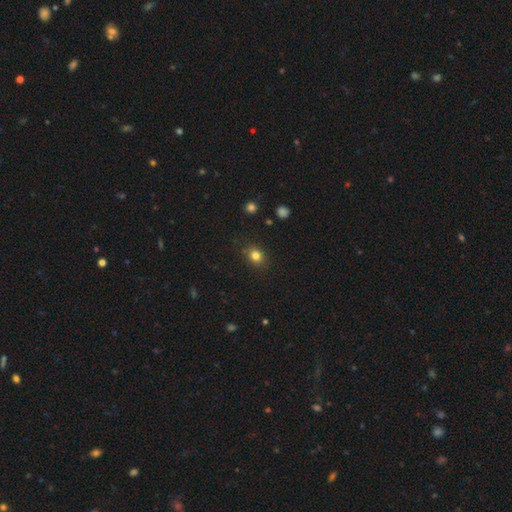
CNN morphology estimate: The model was most divided on "how rounded": round: 61%, in between: 38%, cigar-shaped: 1%. More confident: merging — none (84%); smooth or featured — smooth (81%).